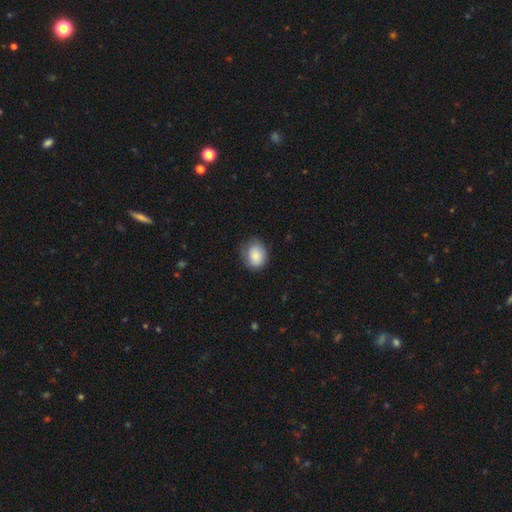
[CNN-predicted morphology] smooth-or-featured: smooth: 84% | featured or disk: 9% | star or artifact: 7%
  how-rounded: in between: 53% | round: 46% | cigar-shaped: 1%
  merging: none: 68% | minor disturbance: 25% | major disturbance: 7% | merger: 1%